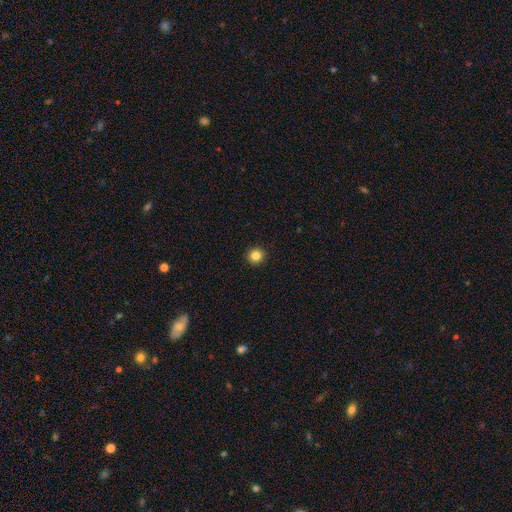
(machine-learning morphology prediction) A smooth galaxy with no disk features (85%) that is round (95%).

Vote fractions:
- Smooth or featured? smooth: 85% / star or artifact: 11% / featured or disk: 4%
- How rounded? round: 95% / in between: 4% / cigar-shaped: 1%
- Merging? none: 93% / minor disturbance: 4% / major disturbance: 1% / merger: 1%